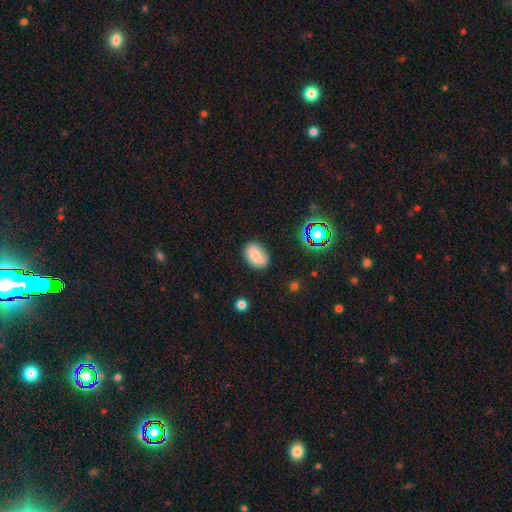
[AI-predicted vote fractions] Smooth or featured: smooth — 72% (featured or disk — 18%)
How rounded: in between — 82% (round — 16%)
Merging: none — 80% (minor disturbance — 15%)